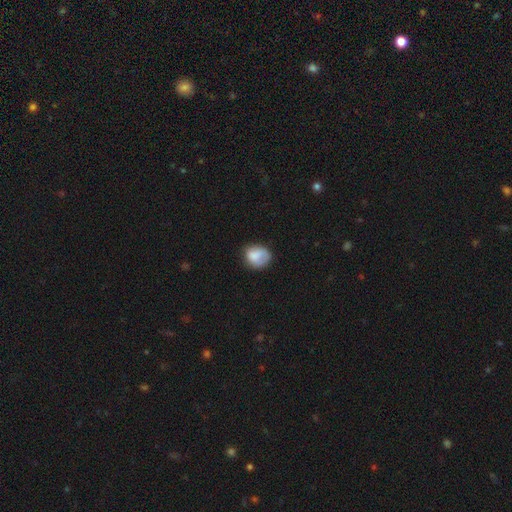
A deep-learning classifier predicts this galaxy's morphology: smooth-or-featured: smooth: 77% | featured or disk: 15% | star or artifact: 8%
  how-rounded: round: 58% | in between: 41% | cigar-shaped: 1%
  merging: none: 57% | minor disturbance: 28% | major disturbance: 12% | merger: 2%